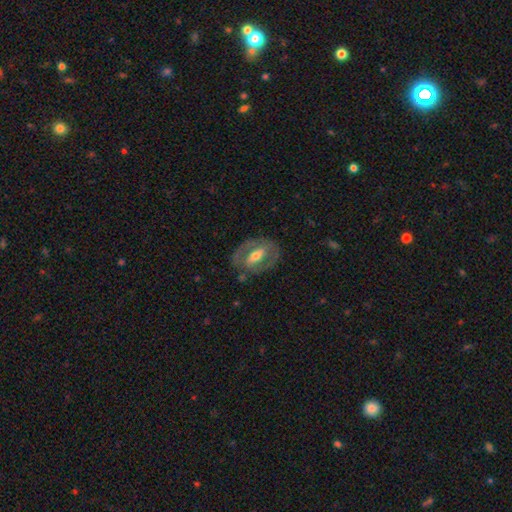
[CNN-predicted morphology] The model was most divided on "spiral arms": no: 56%, yes: 44%. Remaining: edge-on disk — no (91%); merging — none (74%); smooth or featured — featured or disk (68%); bulge size — moderate (61%); bar — strong (47%).